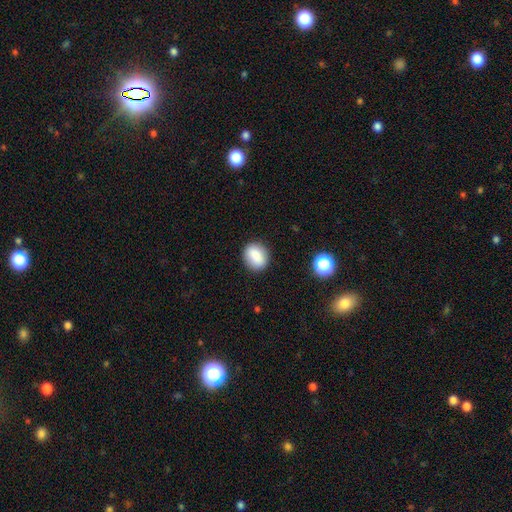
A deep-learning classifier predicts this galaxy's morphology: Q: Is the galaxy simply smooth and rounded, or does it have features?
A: smooth — 85%.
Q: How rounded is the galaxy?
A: round — 53%.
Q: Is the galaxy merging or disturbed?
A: none — 86%.